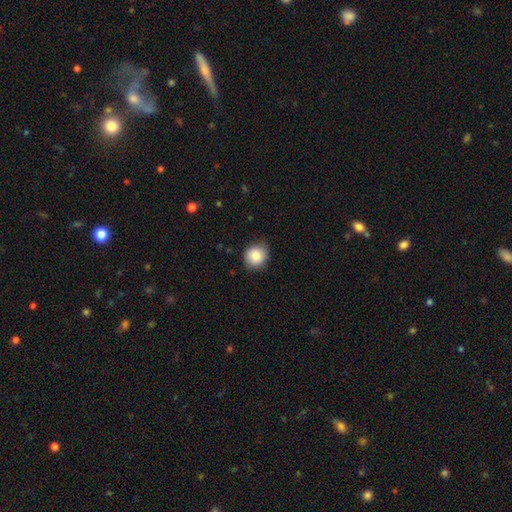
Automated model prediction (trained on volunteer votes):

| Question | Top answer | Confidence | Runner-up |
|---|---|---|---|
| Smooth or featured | smooth | 86% | star or artifact (8%) |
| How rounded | round | 81% | in between (18%) |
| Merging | none | 81% | minor disturbance (15%) |